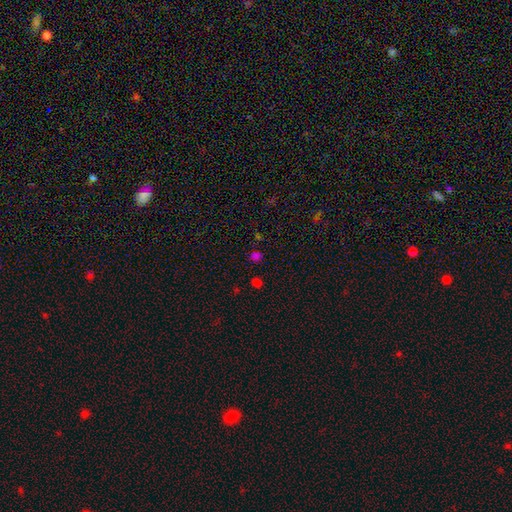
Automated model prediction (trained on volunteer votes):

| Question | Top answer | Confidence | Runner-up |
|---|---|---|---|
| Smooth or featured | smooth | 62% | star or artifact (33%) |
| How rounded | round | 83% | in between (16%) |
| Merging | none | 81% | minor disturbance (10%) |